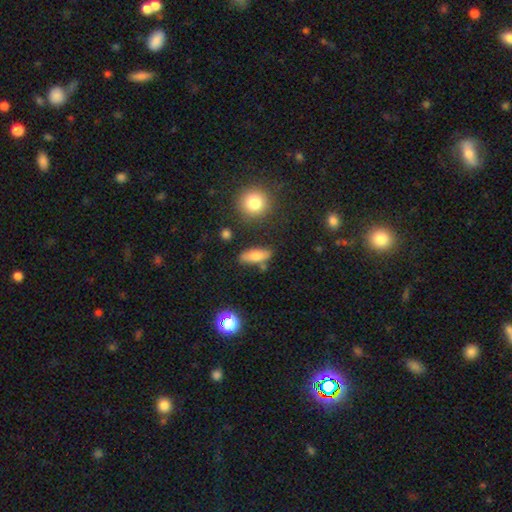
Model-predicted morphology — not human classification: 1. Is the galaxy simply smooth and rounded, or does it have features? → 72% smooth, 19% featured or disk, 10% star or artifact.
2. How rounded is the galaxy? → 67% in between, 28% cigar-shaped, 6% round.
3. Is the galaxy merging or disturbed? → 75% none, 14% minor disturbance, 8% merger, 4% major disturbance.